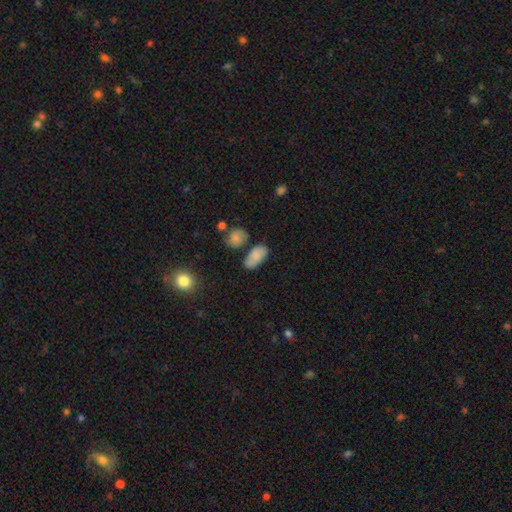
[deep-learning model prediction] A smooth galaxy with no disk features (78%) that is in between round and cigar-shaped (91%). Merging: none (60%).